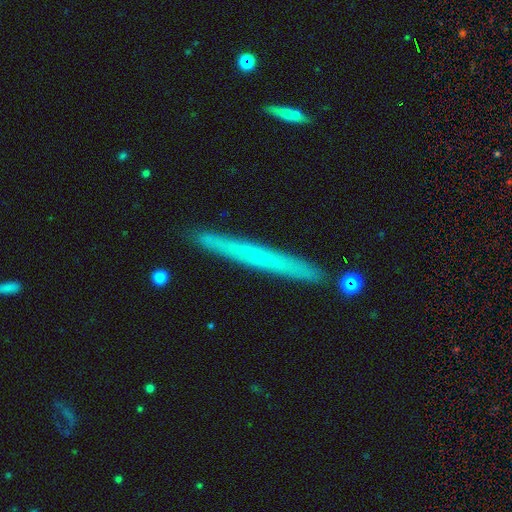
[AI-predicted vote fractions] The model was most divided on "smooth or featured": featured or disk: 50%, smooth: 44%, star or artifact: 6%. More confident: edge-on disk — yes (95%); merging — none (89%).